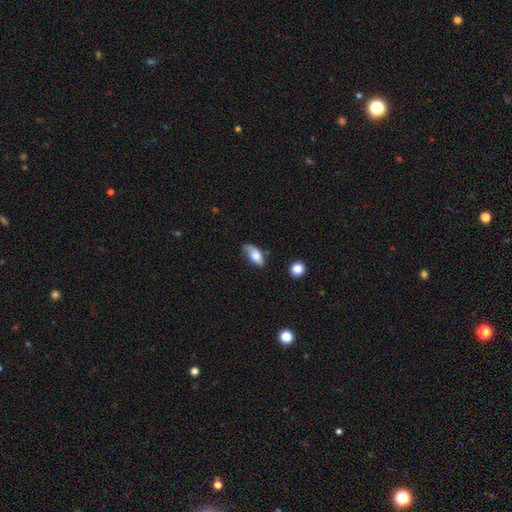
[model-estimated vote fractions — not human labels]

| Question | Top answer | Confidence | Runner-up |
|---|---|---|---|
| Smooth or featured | smooth | 70% | featured or disk (23%) |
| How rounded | in between | 90% | cigar-shaped (5%) |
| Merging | none | 44% | minor disturbance (35%) |